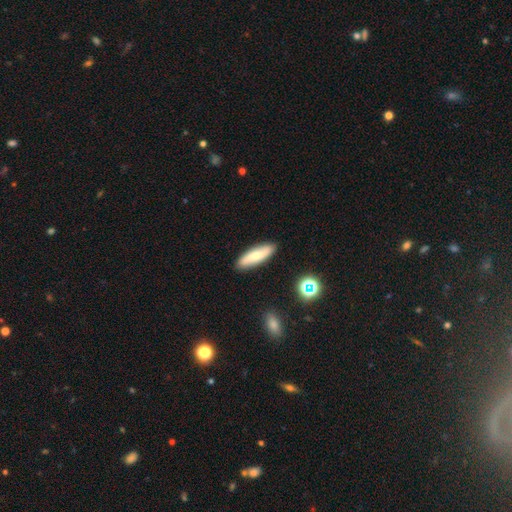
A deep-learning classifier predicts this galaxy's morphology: type=smooth (66%); roundness=cigar-shaped (58%); merging=none (88%).